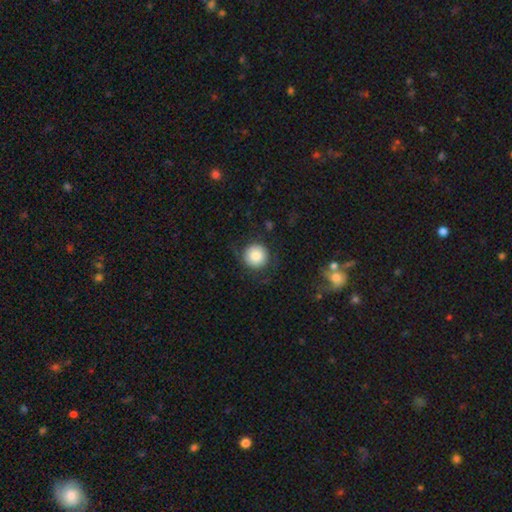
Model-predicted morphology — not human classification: type=smooth (82%); roundness=round (94%); merging=none (79%).